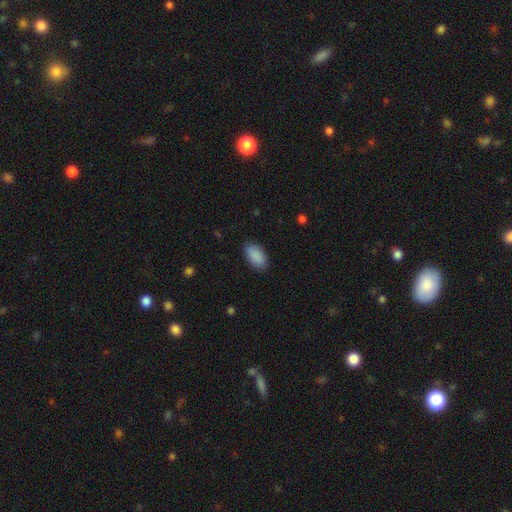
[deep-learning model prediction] Smooth or featured: smooth — 90% (star or artifact — 6%)
How rounded: in between — 94% (round — 4%)
Merging: none — 87% (minor disturbance — 10%)